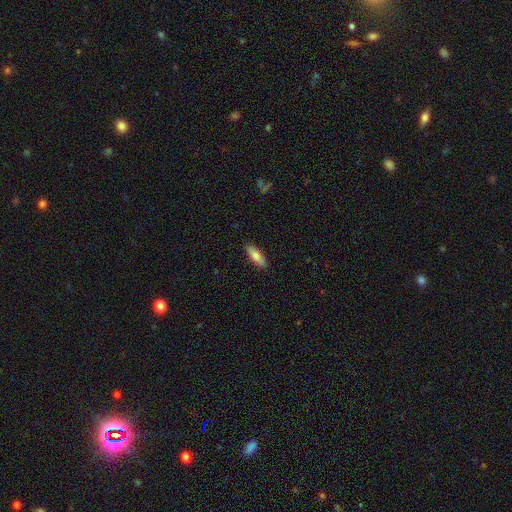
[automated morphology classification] Smooth or featured?
  - smooth: 78% *
  - featured or disk: 16%
  - star or artifact: 6%
How rounded?
  - in between: 57% *
  - cigar-shaped: 41%
  - round: 2%
Merging?
  - none: 88% *
  - minor disturbance: 9%
  - major disturbance: 2%
  - merger: 1%